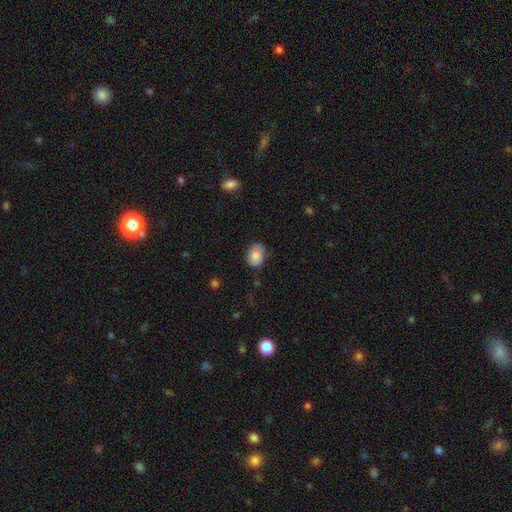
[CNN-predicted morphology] Smooth or featured? smooth (77%)
How rounded? in between (64%)
Merging? none (64%)